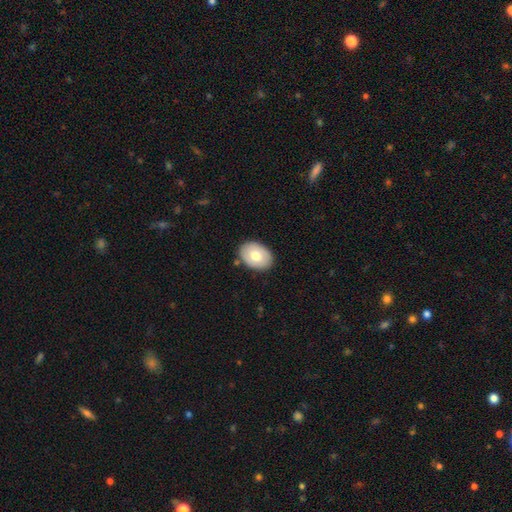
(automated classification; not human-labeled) This appears to be a smooth galaxy with no disk features (68%) that is in between round and cigar-shaped (77%). Merging: none (85%).